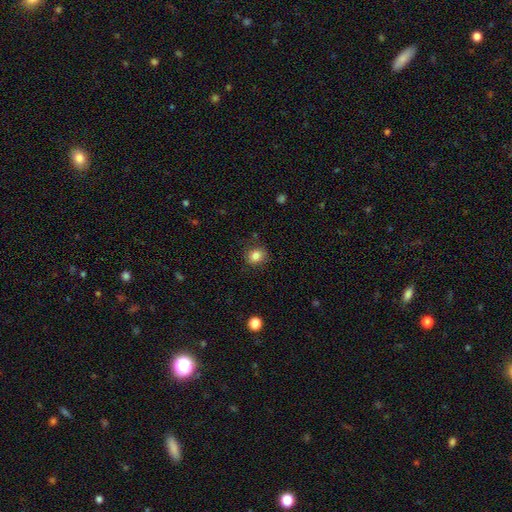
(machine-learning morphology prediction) Q: Smooth or featured?
A: smooth (84%); runner-up: star or artifact (10%)
Q: How rounded?
A: round (69%); runner-up: in between (31%)
Q: Merging?
A: none (84%); runner-up: minor disturbance (11%)